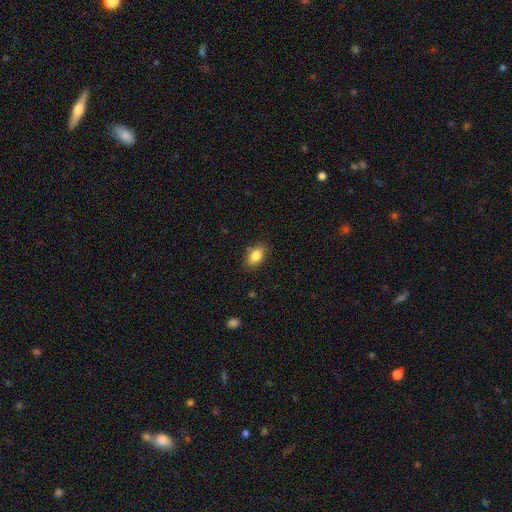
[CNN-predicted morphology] Overall: smooth (84%). How rounded: in between (87%). Merging: none (83%).